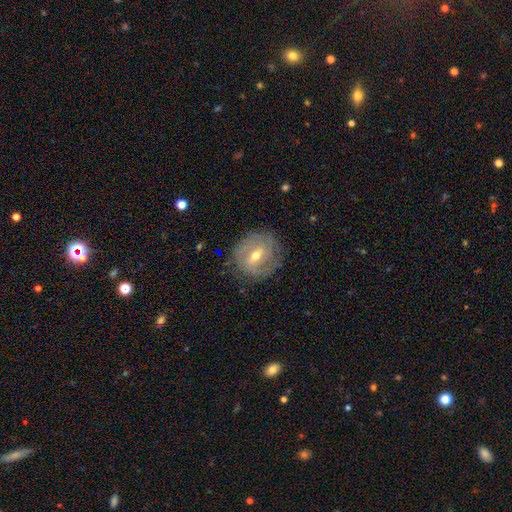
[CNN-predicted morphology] The model was most divided on "bulge size": moderate: 56%, small: 41%, large: 2%, none: 1%, dominant: 1%. Remaining: edge-on disk — no (95%); spiral arms — yes (84%); merging — none (79%); smooth or featured — featured or disk (77%); spiral winding — tight (58%); bar — weak (51%); spiral arm count — 2 (48%).